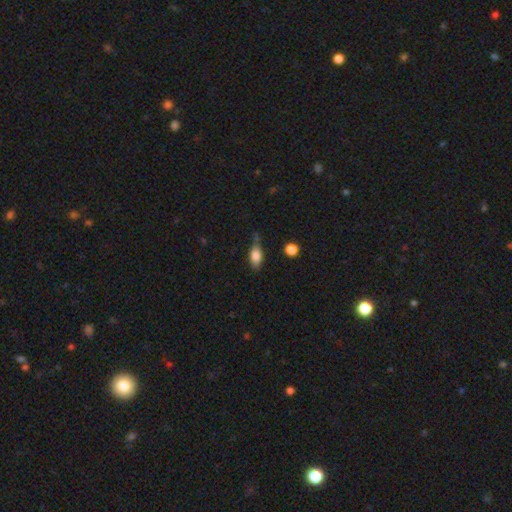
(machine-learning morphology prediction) type=smooth (81%); roundness=in between (84%); merging=none (55%).